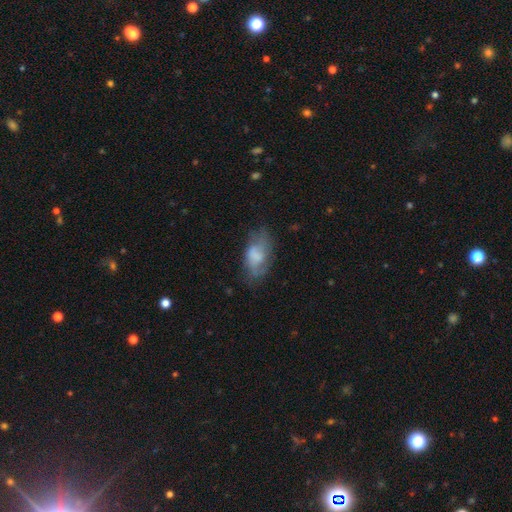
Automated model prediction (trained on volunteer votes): This is possibly a smooth galaxy (56%). How rounded: clearly in between (91%). Merging: possibly none (48%).